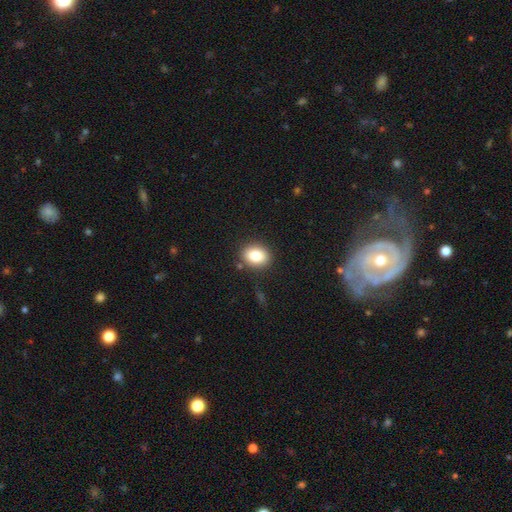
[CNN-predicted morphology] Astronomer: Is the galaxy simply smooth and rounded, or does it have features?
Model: smooth — 83%.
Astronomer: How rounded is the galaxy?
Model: in between — 53% (runner-up: round, 46%).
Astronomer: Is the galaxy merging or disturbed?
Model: none — 87%.